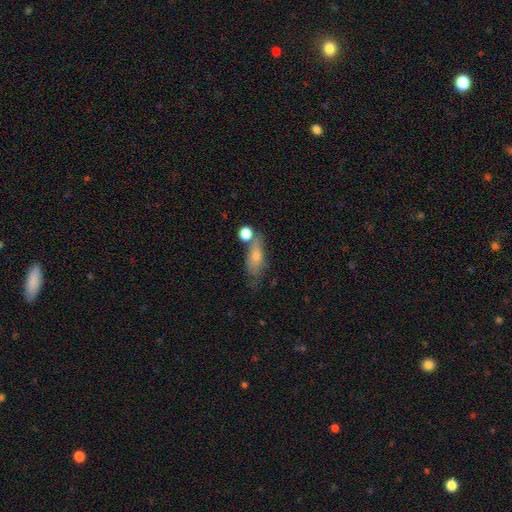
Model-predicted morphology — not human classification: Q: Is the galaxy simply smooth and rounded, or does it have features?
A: smooth — 70%.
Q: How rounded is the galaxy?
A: in between — 70%.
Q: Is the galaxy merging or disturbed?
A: none — 45%.